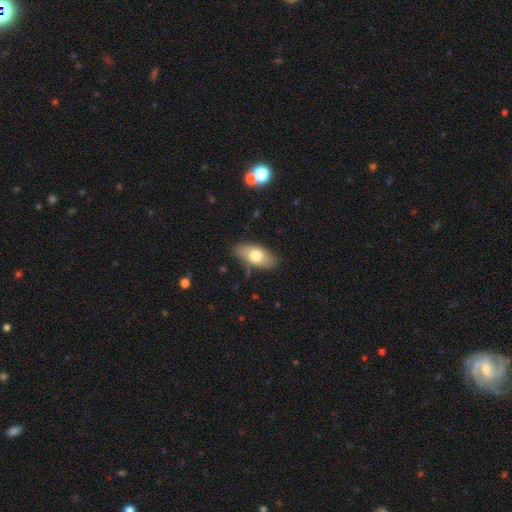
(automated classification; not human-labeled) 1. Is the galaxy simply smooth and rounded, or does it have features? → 72% smooth, 21% featured or disk, 7% star or artifact.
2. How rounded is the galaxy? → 89% in between, 7% cigar-shaped, 4% round.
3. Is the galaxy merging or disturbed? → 77% none, 17% minor disturbance, 4% major disturbance, 2% merger.